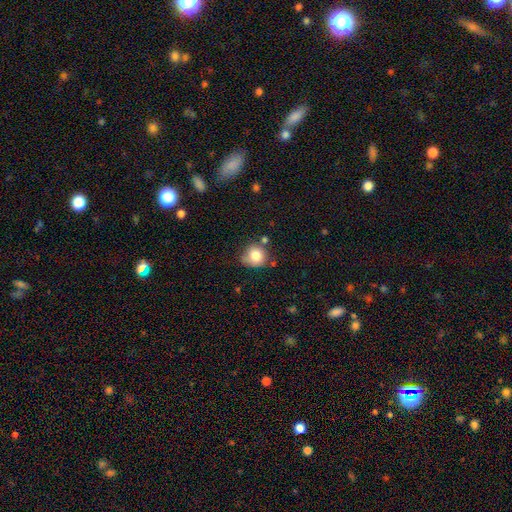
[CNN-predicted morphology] Q: Smooth or featured?
A: smooth (81%); runner-up: featured or disk (10%)
Q: How rounded?
A: round (82%); runner-up: in between (17%)
Q: Merging?
A: none (58%); runner-up: minor disturbance (26%)